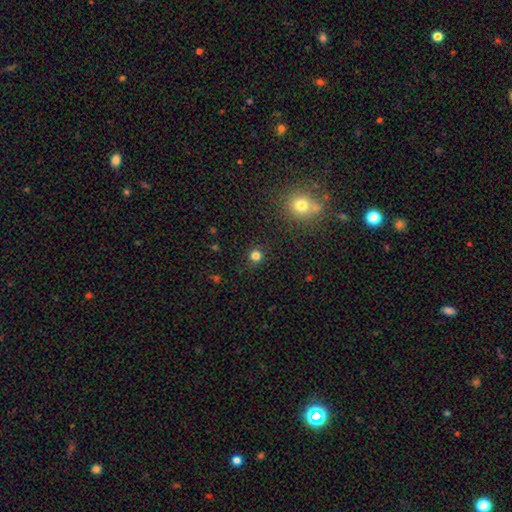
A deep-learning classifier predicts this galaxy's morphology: A smooth galaxy with no disk features (80%) that is round (93%). Merging: none (90%).